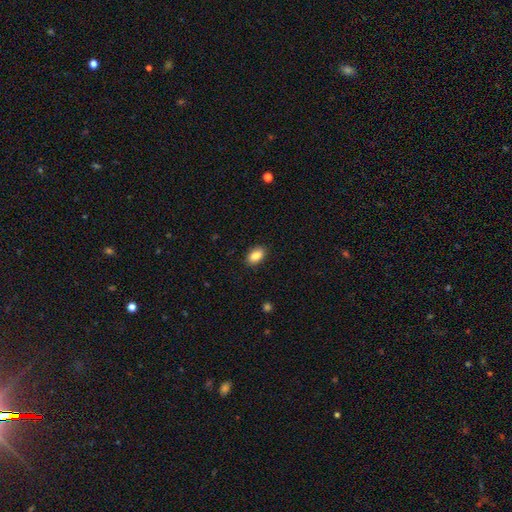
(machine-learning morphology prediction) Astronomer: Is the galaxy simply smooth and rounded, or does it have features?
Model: smooth — 87%.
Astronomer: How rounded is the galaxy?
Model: in between — 90%.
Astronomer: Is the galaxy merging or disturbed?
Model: none — 89%.